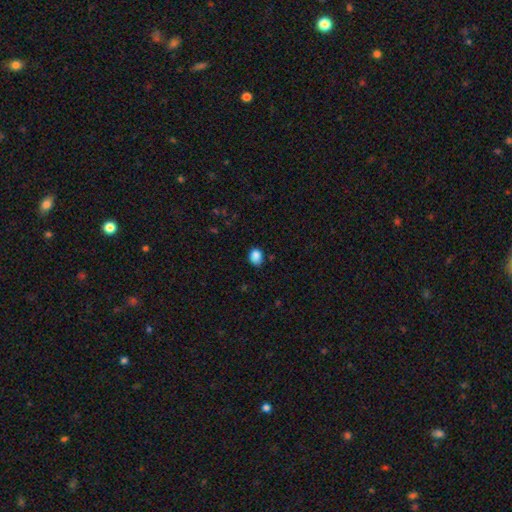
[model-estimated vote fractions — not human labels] Smooth or featured: smooth — 87% (star or artifact — 9%)
How rounded: in between — 64% (round — 35%)
Merging: none — 71% (minor disturbance — 23%)